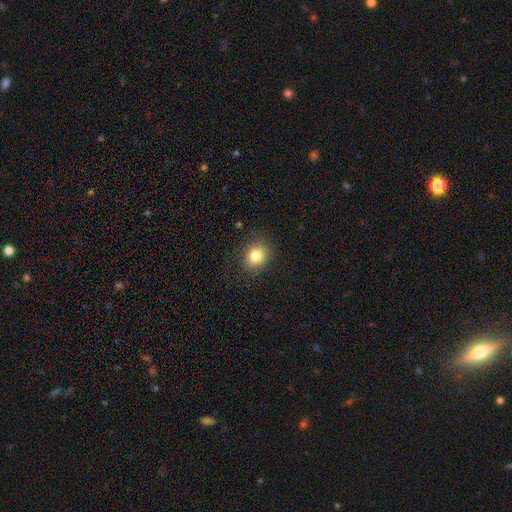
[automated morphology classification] A smooth galaxy with no disk features (80%) that is round (70%).

Vote fractions:
- Smooth or featured? smooth: 80% / star or artifact: 12% / featured or disk: 8%
- How rounded? round: 70% / in between: 29% / cigar-shaped: 1%
- Merging? none: 86% / minor disturbance: 10% / major disturbance: 4% / merger: 1%